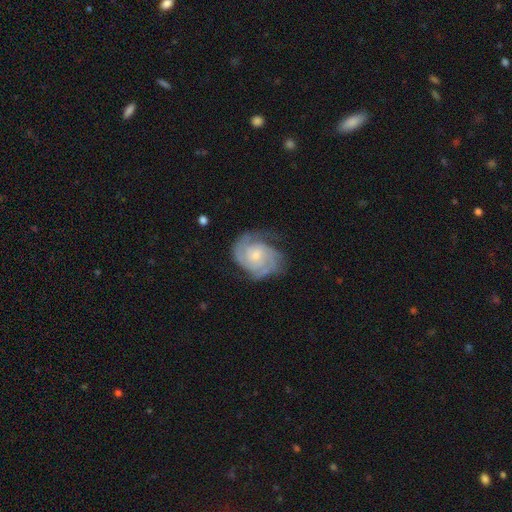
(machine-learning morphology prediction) This is clearly a featured or disk galaxy (89%). It is clearly not viewed edge-on (98%). Bar: likely no (65%). Spiral arm pattern: clearly yes (98%). Spiral arm count: marginally 2 (34%). Spiral winding: likely tight (65%). Central bulge: likely small (64%). Merging: likely none (70%).